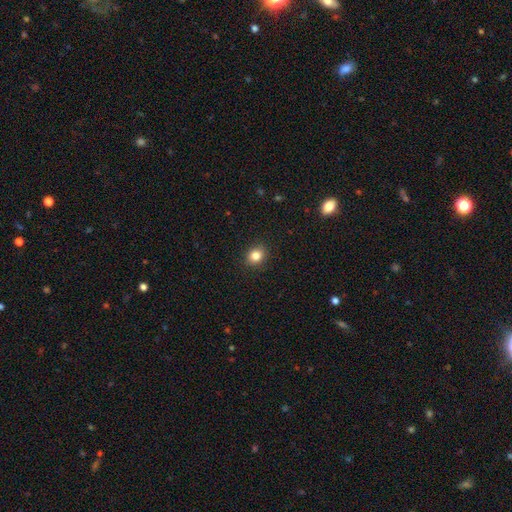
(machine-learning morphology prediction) The model was most divided on "how rounded": round: 70%, in between: 29%, cigar-shaped: 1%. More confident: merging — none (90%); smooth or featured — smooth (83%).